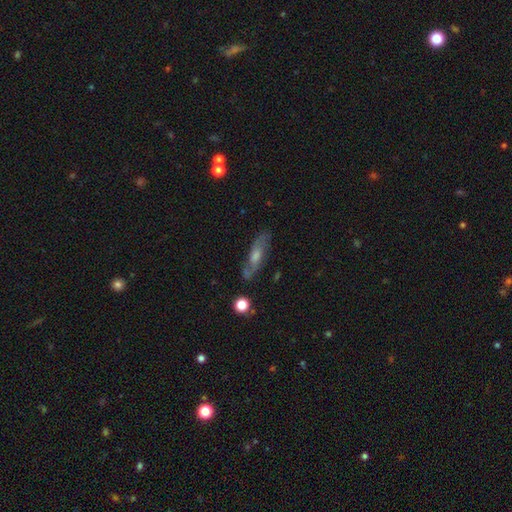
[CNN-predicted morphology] A featured or disk galaxy (66%).

Vote fractions:
- Smooth or featured? featured or disk: 66% / smooth: 24% / star or artifact: 9%
- Edge-on disk? no: 66% / yes: 34%
- Merging? none: 78% / minor disturbance: 15% / major disturbance: 5% / merger: 3%